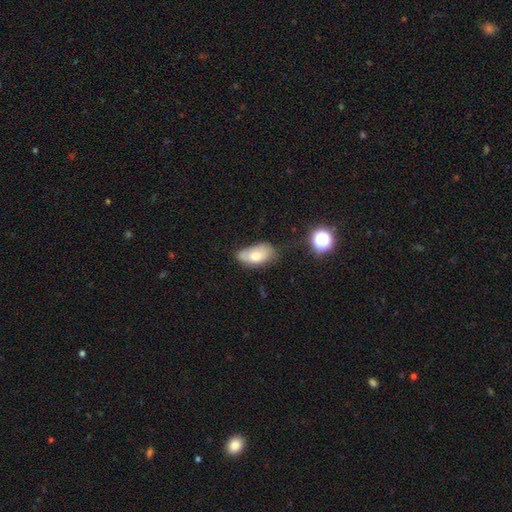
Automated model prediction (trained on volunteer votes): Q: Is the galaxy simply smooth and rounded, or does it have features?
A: smooth — 67%.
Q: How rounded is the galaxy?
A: in between — 92%.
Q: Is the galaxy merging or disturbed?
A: none — 50%.